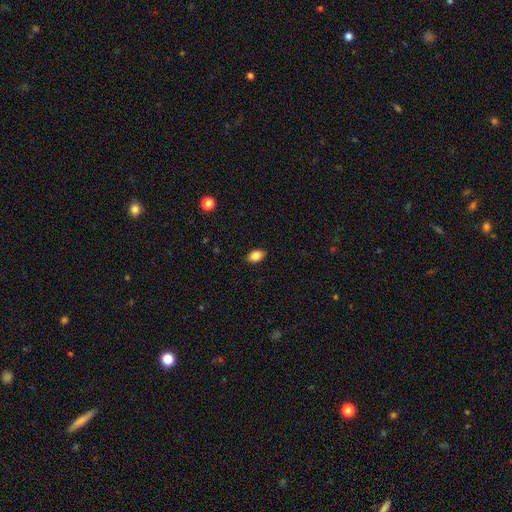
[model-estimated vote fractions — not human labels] Morphology: type=smooth (84%); roundness=in between (84%); merging=none (88%).